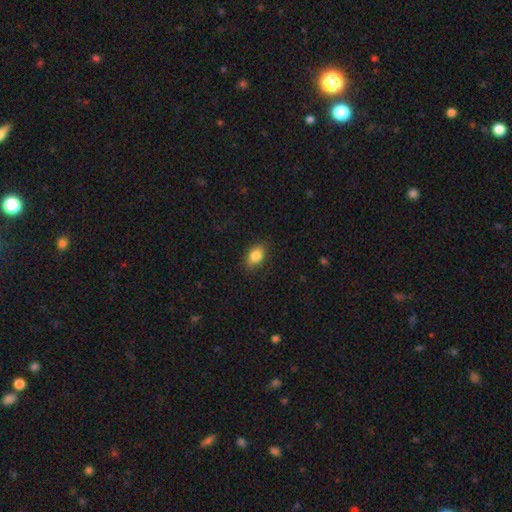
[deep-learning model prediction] Smooth or featured?
  - smooth: 86% *
  - star or artifact: 8%
  - featured or disk: 6%
How rounded?
  - in between: 83% *
  - round: 15%
  - cigar-shaped: 2%
Merging?
  - none: 86% *
  - minor disturbance: 11%
  - major disturbance: 3%
  - merger: 1%